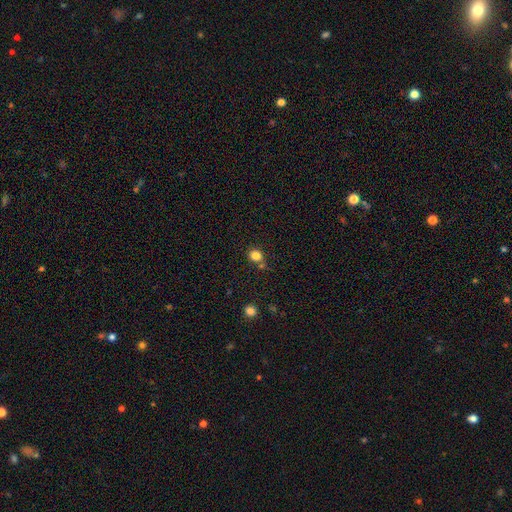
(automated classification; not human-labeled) The model was most divided on "merging": none: 69%, merger: 15%, minor disturbance: 12%, major disturbance: 4%. More confident: smooth or featured — smooth (83%); how rounded — round (81%).